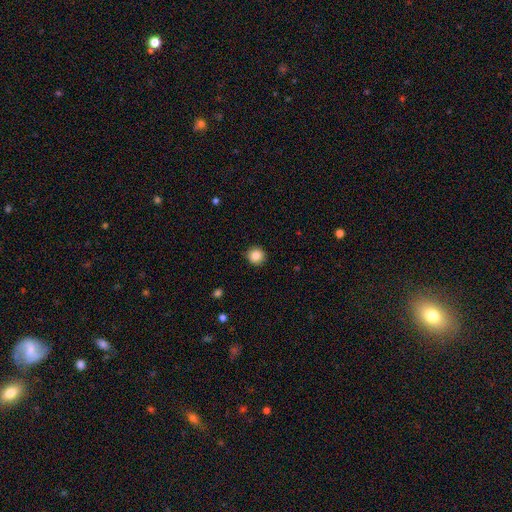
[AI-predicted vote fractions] The model was most divided on "smooth or featured": smooth: 86%, star or artifact: 9%, featured or disk: 4%. More confident: how rounded — round (94%); merging — none (92%).